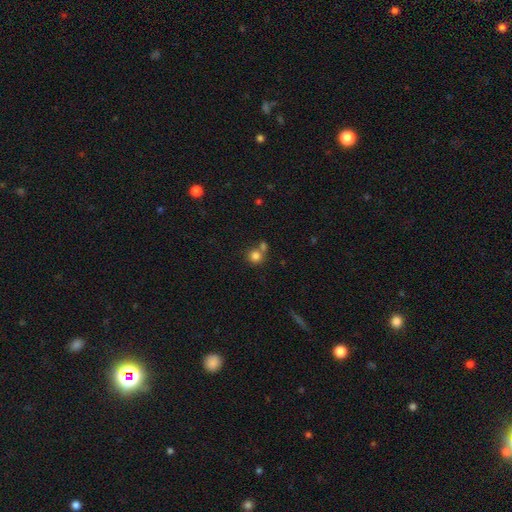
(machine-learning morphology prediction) smooth-or-featured: smooth: 80% | star or artifact: 12% | featured or disk: 8%
  how-rounded: round: 90% | in between: 9% | cigar-shaped: 1%
  merging: none: 55% | merger: 33% | minor disturbance: 8% | major disturbance: 3%